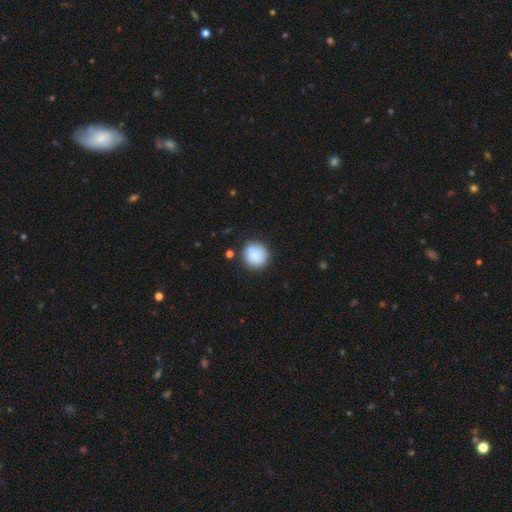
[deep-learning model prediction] The model was most divided on "merging": none: 78%, minor disturbance: 14%, major disturbance: 4%, merger: 4%. More confident: how rounded — round (90%); smooth or featured — smooth (85%).